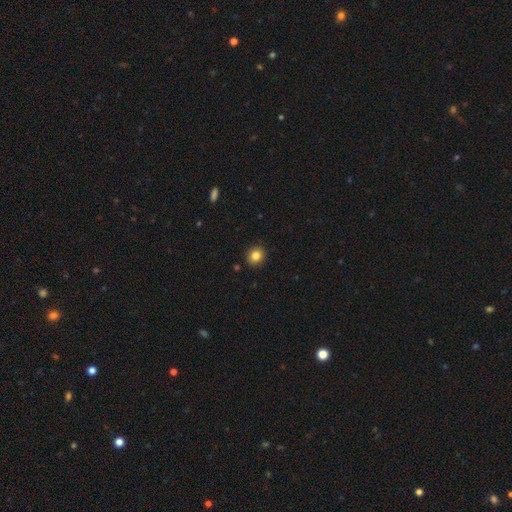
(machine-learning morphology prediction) This is clearly a smooth galaxy (83%). How rounded: clearly round (82%). Merging: clearly none (92%).